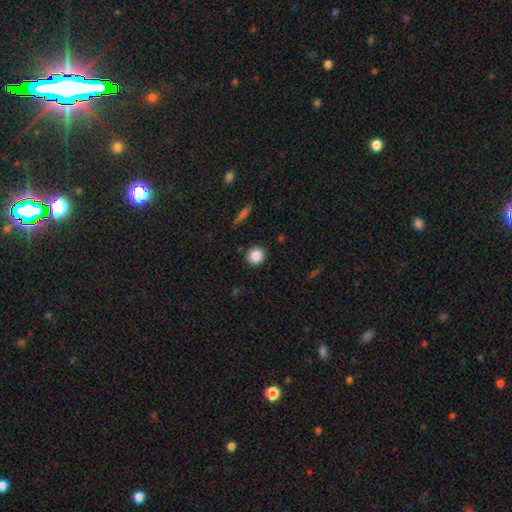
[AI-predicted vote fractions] smooth-or-featured: smooth: 86% | star or artifact: 9% | featured or disk: 5%
  how-rounded: round: 91% | in between: 8% | cigar-shaped: 1%
  merging: none: 90% | minor disturbance: 6% | major disturbance: 2% | merger: 2%